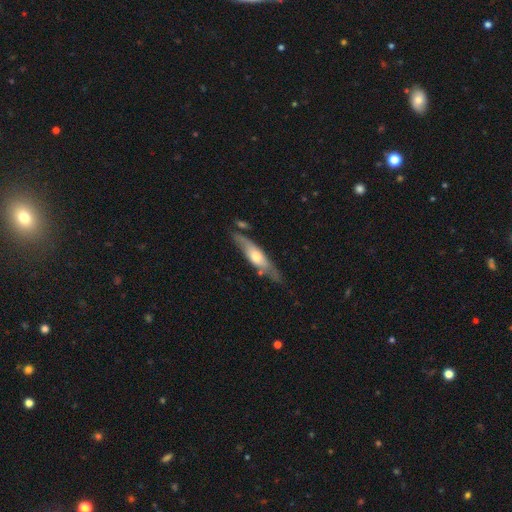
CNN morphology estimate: A featured or disk galaxy (61%) viewed edge-on (68%).

Vote fractions:
- Smooth or featured? featured or disk: 61% / smooth: 33% / star or artifact: 6%
- Edge-on disk? yes: 68% / no: 32%
- Merging? none: 73% / minor disturbance: 18% / merger: 5% / major disturbance: 5%